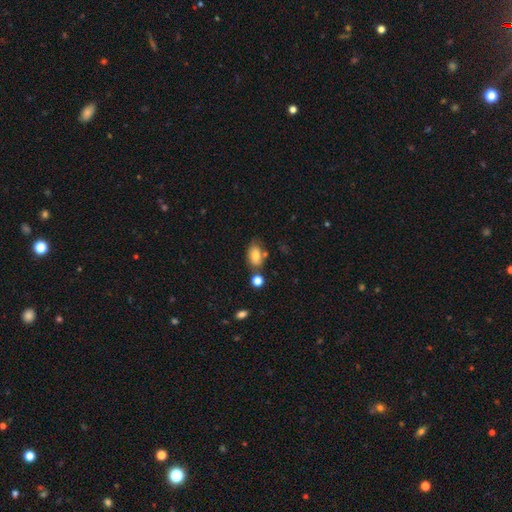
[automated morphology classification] Smooth or featured? smooth (77%)
How rounded? in between (87%)
Merging? none (59%)